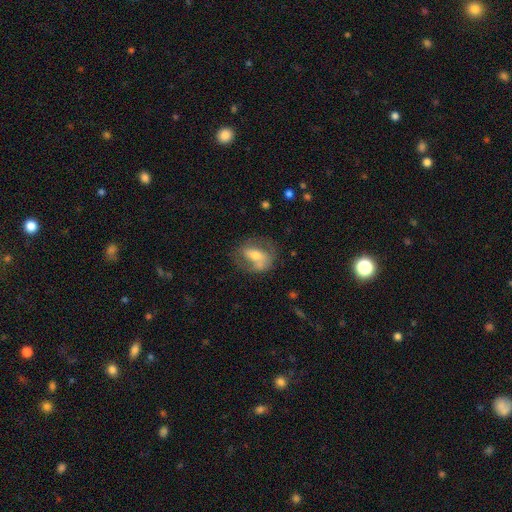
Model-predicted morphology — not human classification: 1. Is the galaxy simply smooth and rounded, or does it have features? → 50% featured or disk, 42% smooth, 8% star or artifact.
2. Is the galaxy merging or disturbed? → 55% none, 24% minor disturbance, 15% major disturbance, 6% merger.